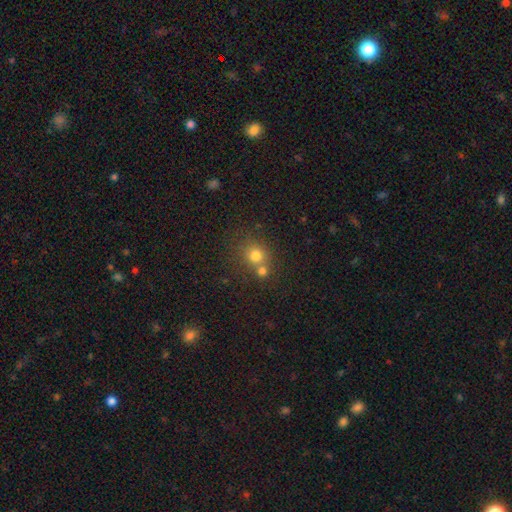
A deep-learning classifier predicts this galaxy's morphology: Q: Smooth or featured?
A: smooth (76%); runner-up: star or artifact (15%)
Q: How rounded?
A: round (84%); runner-up: in between (15%)
Q: Merging?
A: none (51%); runner-up: merger (38%)